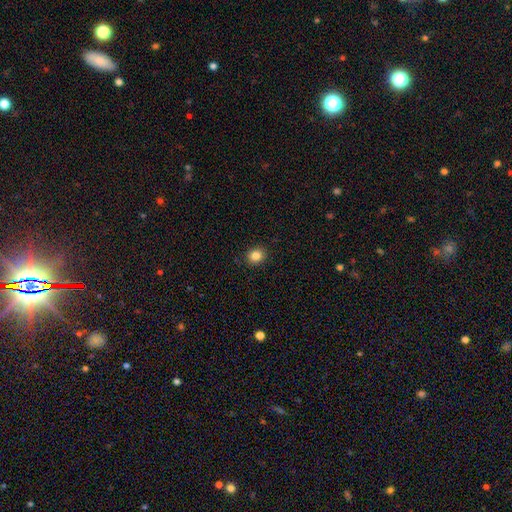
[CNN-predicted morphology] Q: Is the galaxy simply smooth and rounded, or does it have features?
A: smooth — 85%.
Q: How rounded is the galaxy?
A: round — 75%.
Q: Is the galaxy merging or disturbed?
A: none — 90%.